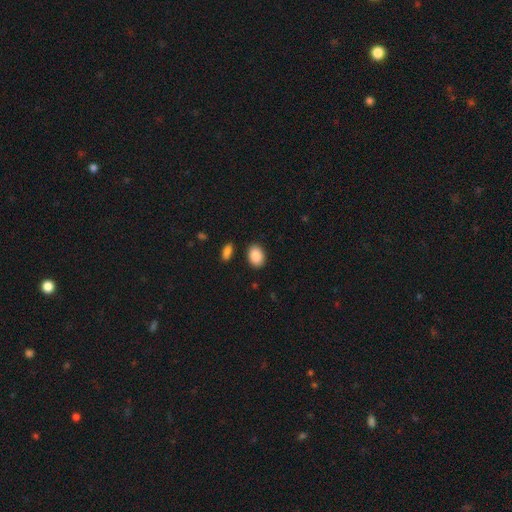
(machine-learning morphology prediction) Smooth or featured? Predicted: smooth (p=0.90). How rounded? Predicted: in between (p=0.82). Merging? Predicted: none (p=0.86).